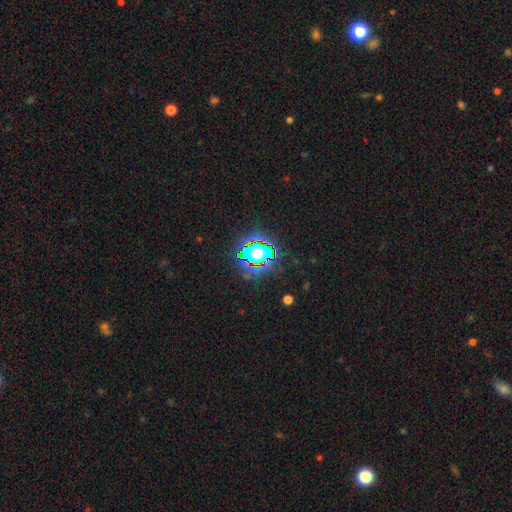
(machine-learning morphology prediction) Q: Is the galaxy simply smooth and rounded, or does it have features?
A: star or artifact — 68%.